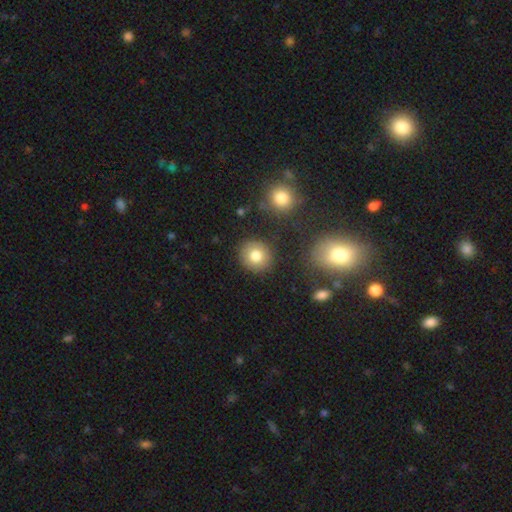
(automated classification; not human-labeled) The model was most divided on "smooth or featured": smooth: 79%, featured or disk: 11%, star or artifact: 10%. More confident: merging — none (87%); how rounded — round (86%).